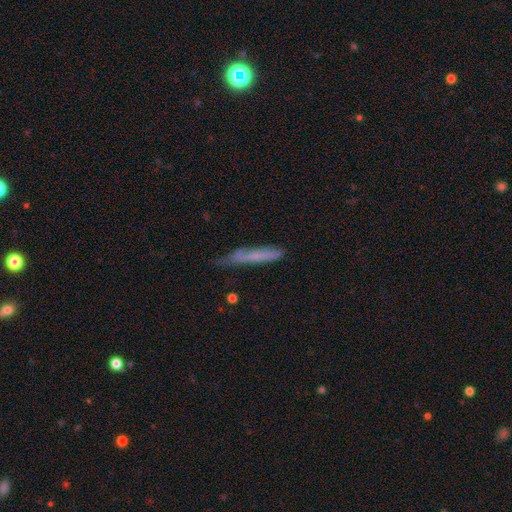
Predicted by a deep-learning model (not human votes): This appears to be a smooth galaxy with no disk features (57%) that is cigar-shaped (92%). Merging: none (61%).